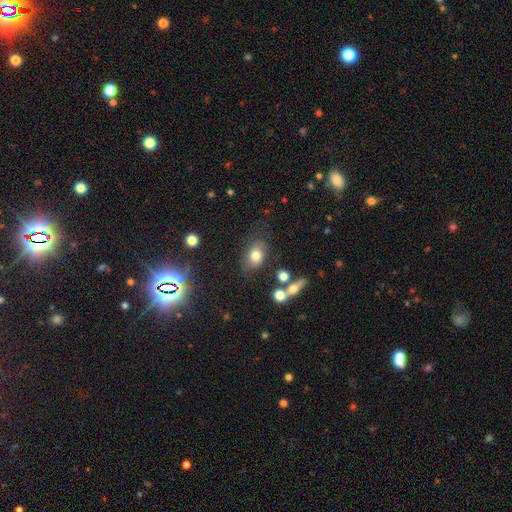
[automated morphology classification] smooth 73%, featured or disk 15%, star or artifact 11%. Down the decision tree: how rounded — in between (80%); merging — none (68%).